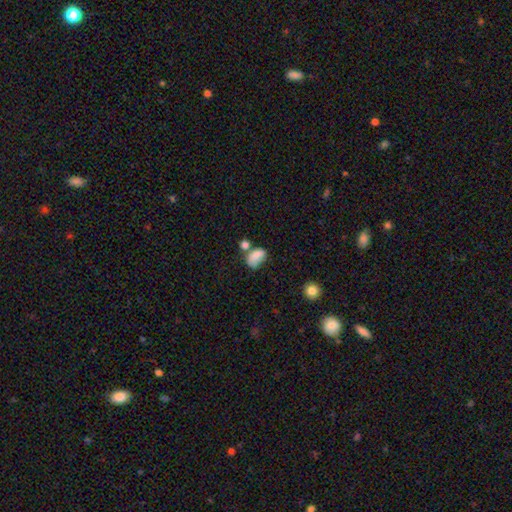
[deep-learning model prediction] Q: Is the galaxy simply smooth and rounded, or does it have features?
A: smooth — 76%.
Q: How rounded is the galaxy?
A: in between — 85%.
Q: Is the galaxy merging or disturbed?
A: none — 31%.